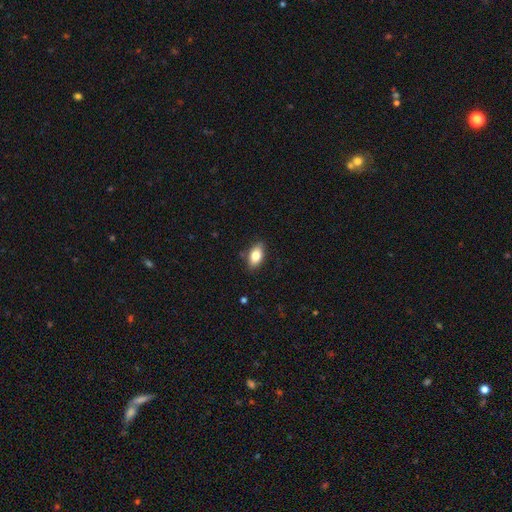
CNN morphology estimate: Smooth or featured? Predicted: smooth (p=0.79). How rounded? Predicted: in between (p=0.89). Merging? Predicted: none (p=0.84).